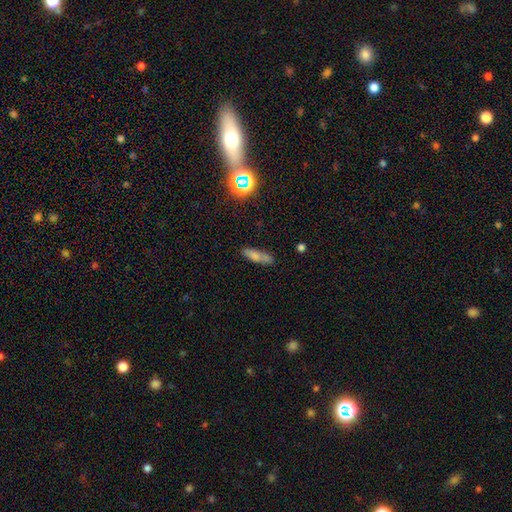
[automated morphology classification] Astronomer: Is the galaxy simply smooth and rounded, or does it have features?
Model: smooth — 74%.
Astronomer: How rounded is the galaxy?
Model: cigar-shaped — 59% (runner-up: in between, 38%).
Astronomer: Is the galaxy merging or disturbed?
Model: none — 74%.